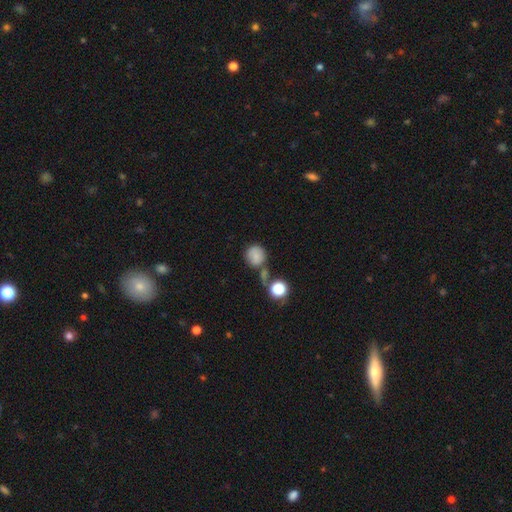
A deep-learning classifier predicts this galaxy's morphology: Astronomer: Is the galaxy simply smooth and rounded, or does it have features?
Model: smooth — 78%.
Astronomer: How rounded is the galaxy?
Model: round — 86%.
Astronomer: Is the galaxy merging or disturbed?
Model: none — 55%.